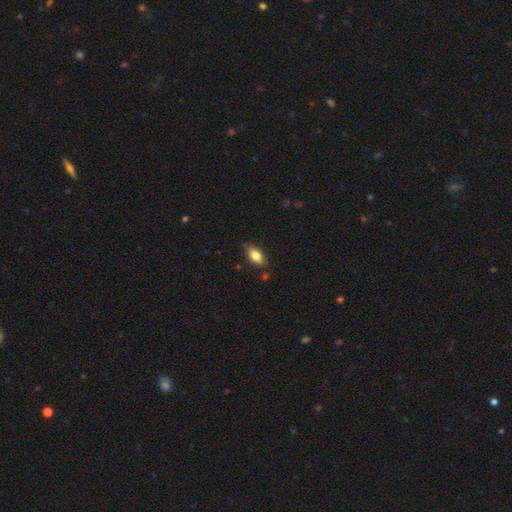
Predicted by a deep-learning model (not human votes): A smooth galaxy with no disk features (80%) that is in between round and cigar-shaped (88%).

Vote fractions:
- Smooth or featured? smooth: 80% / featured or disk: 12% / star or artifact: 8%
- How rounded? in between: 88% / cigar-shaped: 7% / round: 5%
- Merging? none: 77% / minor disturbance: 17% / major disturbance: 3% / merger: 2%